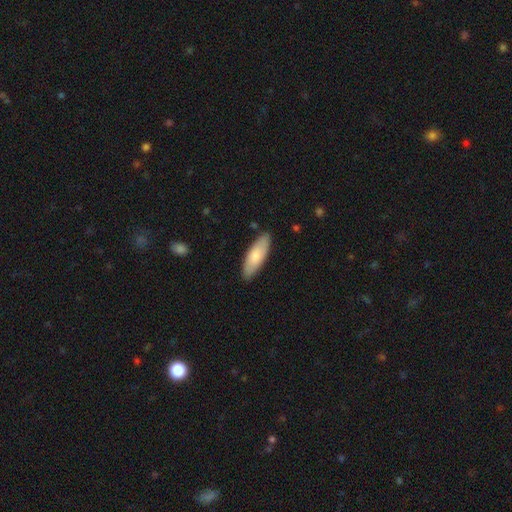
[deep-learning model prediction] This is likely a smooth galaxy (75%). How rounded: likely in between (62%). Merging: clearly none (87%).